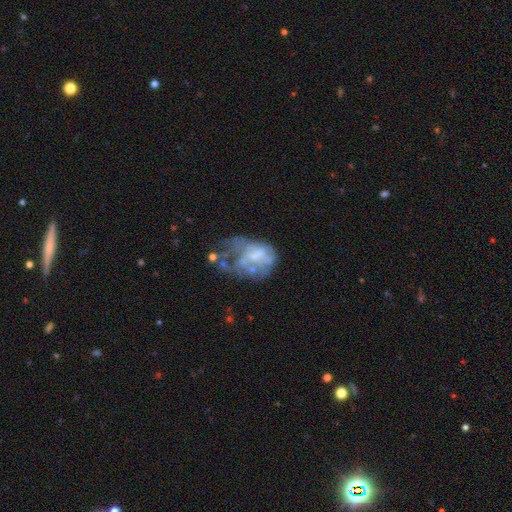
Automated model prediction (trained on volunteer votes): Smooth or featured?
  - featured or disk: 62% *
  - smooth: 26%
  - star or artifact: 12%
Edge-on disk?
  - no: 98% *
  - yes: 2%
Bar?
  - no: 80% *
  - weak: 16%
  - strong: 4%
Spiral arms?
  - no: 84% *
  - yes: 16%
Bulge size?
  - none: 43% *
  - small: 31%
  - moderate: 22%
  - large: 3%
  - dominant: 1%
Merging?
  - major disturbance: 43% *
  - none: 22%
  - minor disturbance: 19%
  - merger: 16%